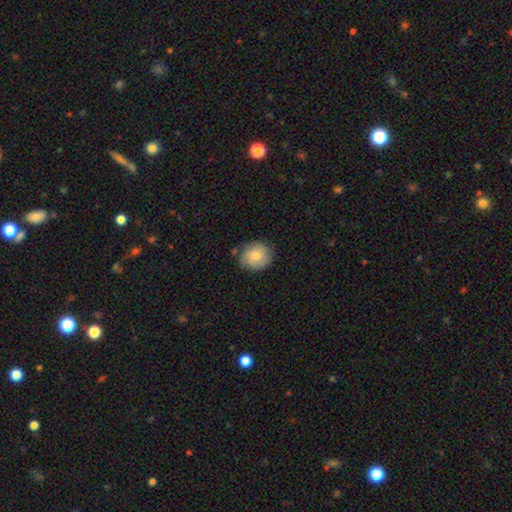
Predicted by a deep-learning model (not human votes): Smooth or featured? Predicted: smooth (p=0.73). How rounded? Predicted: round (p=0.77). Merging? Predicted: none (p=0.75).